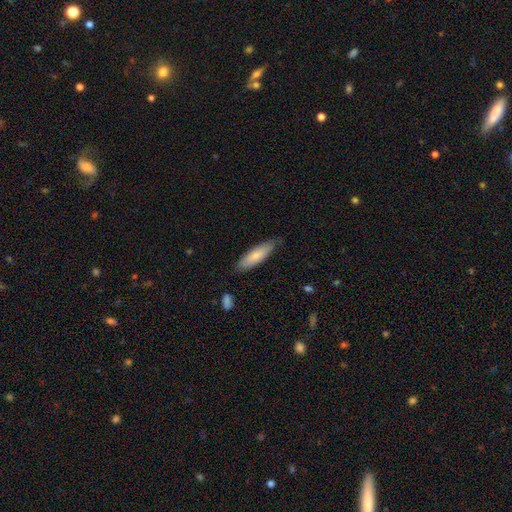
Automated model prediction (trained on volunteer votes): Smooth or featured? smooth (76%)
How rounded? cigar-shaped (52%)
Merging? none (78%)